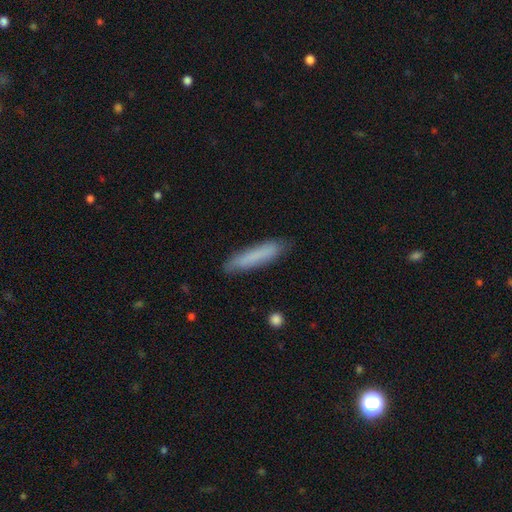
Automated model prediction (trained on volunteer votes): Morphology: type=smooth (79%); roundness=cigar-shaped (87%); merging=none (85%).